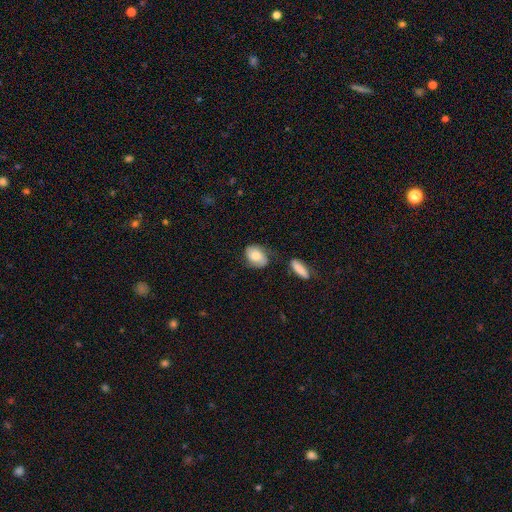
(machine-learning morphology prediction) Smooth or featured? Predicted: smooth (p=0.63). How rounded? Predicted: in between (p=0.72). Merging? Predicted: none (p=0.56).